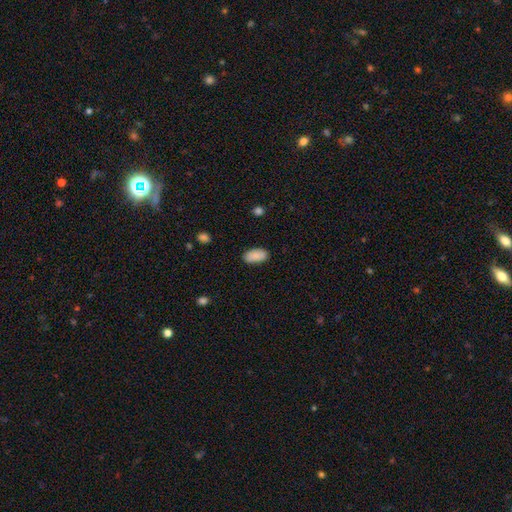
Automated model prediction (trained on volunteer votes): Morphology: type=smooth (88%); roundness=in between (95%); merging=none (84%).